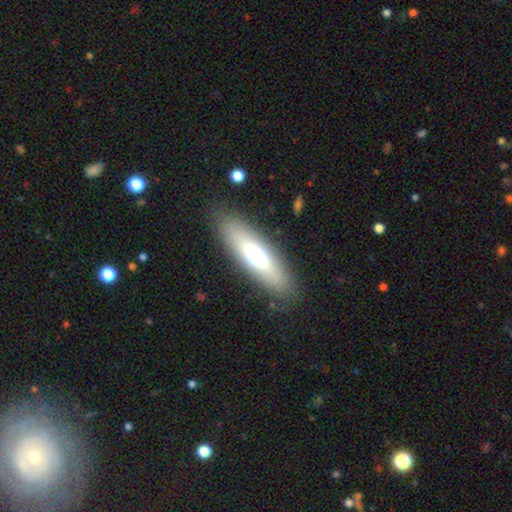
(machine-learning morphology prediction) Smooth or featured?
  - smooth: 55% *
  - featured or disk: 35%
  - star or artifact: 10%
How rounded?
  - in between: 54% *
  - cigar-shaped: 42%
  - round: 4%
Merging?
  - none: 86% *
  - minor disturbance: 9%
  - major disturbance: 4%
  - merger: 1%